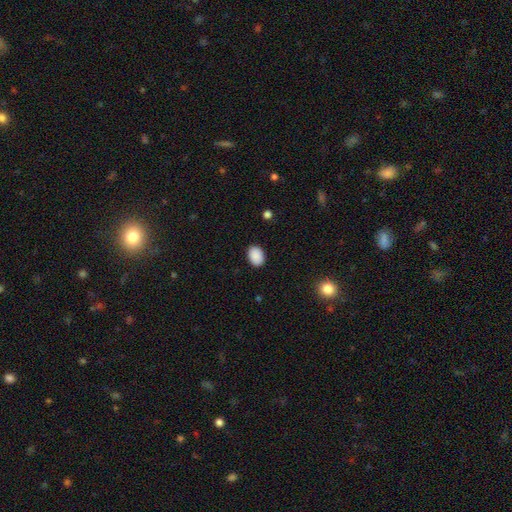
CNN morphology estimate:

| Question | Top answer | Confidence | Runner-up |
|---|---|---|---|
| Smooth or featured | smooth | 90% | star or artifact (8%) |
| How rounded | in between | 78% | round (22%) |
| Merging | none | 89% | minor disturbance (8%) |